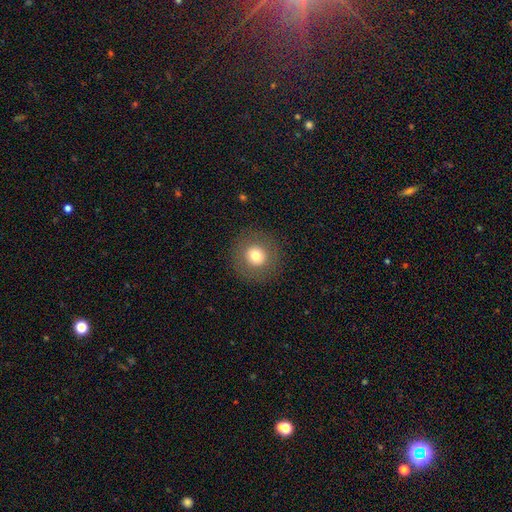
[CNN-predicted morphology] Smooth or featured? Predicted: smooth (p=0.73). How rounded? Predicted: round (p=0.94). Merging? Predicted: none (p=0.89).